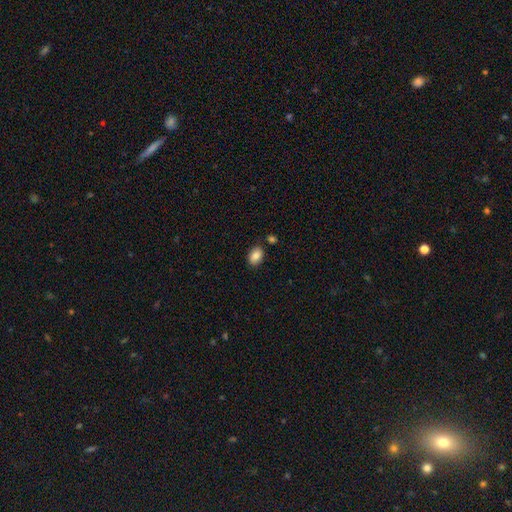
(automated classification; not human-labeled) Smooth or featured?
  - smooth: 85% *
  - star or artifact: 8%
  - featured or disk: 7%
How rounded?
  - in between: 82% *
  - round: 17%
  - cigar-shaped: 1%
Merging?
  - none: 83% *
  - minor disturbance: 10%
  - merger: 5%
  - major disturbance: 2%